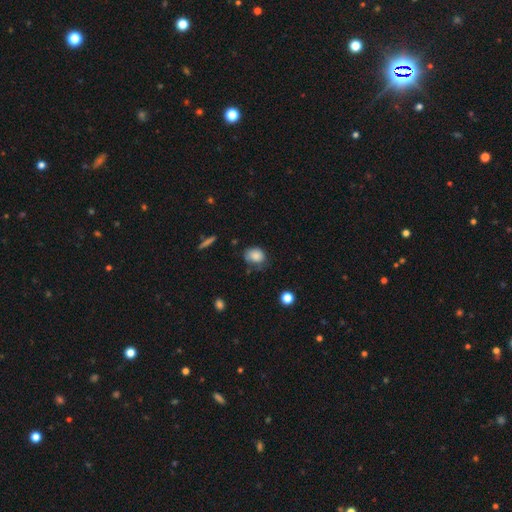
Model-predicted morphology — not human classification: Overall: smooth (83%). How rounded: in between (52%; round 47%). Merging: none (54%; minor disturbance 33%).